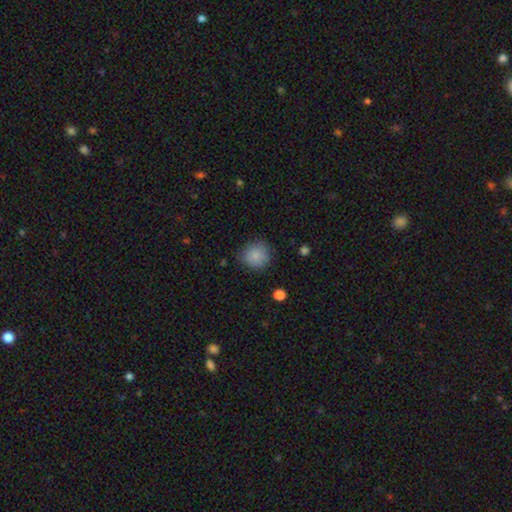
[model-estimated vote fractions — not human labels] Morphology: type=smooth (86%); roundness=round (90%); merging=none (80%).